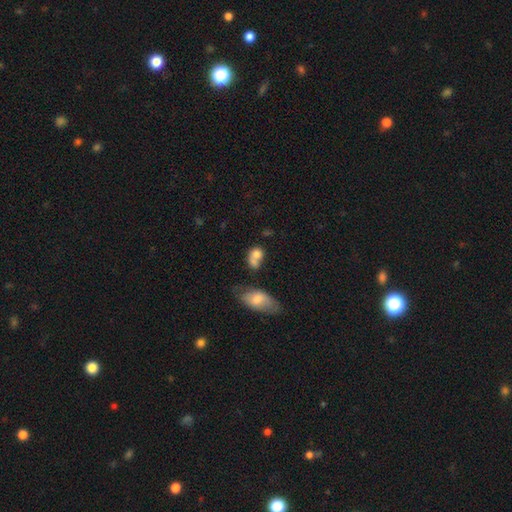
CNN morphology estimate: Smooth or featured? Predicted: smooth (p=0.75). How rounded? Predicted: in between (p=0.52). Merging? Predicted: merger (p=0.46).